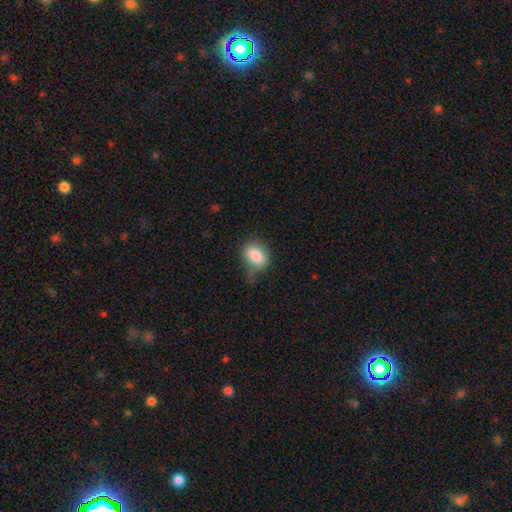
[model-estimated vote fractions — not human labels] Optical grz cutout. It shows a smooth galaxy with no disk features (82%) that is in between round and cigar-shaped (65%). Merging: none (54%).